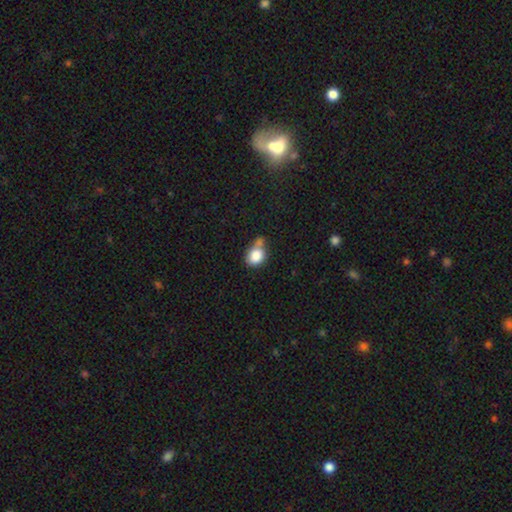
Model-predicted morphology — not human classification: A smooth galaxy with no disk features (84%) that is round (56%).

Vote fractions:
- Smooth or featured? smooth: 84% / star or artifact: 9% / featured or disk: 7%
- How rounded? round: 56% / in between: 43% / cigar-shaped: 1%
- Merging? none: 38% / merger: 30% / minor disturbance: 24% / major disturbance: 8%